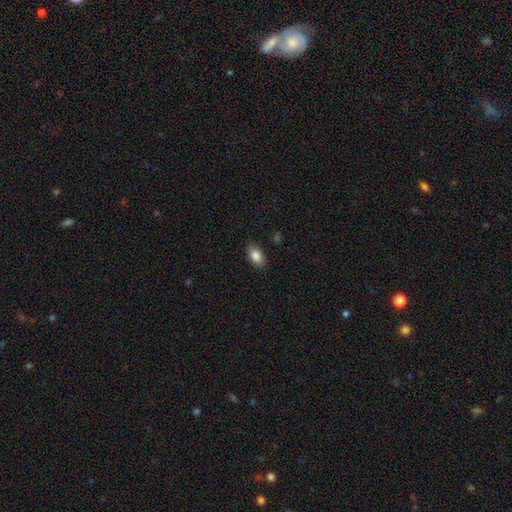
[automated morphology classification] smooth_or_featured: smooth (p=0.85) [alt: featured or disk p=0.08]
how_rounded: in between (p=0.90) [alt: round p=0.07]
merging: none (p=0.85) [alt: minor disturbance p=0.11]